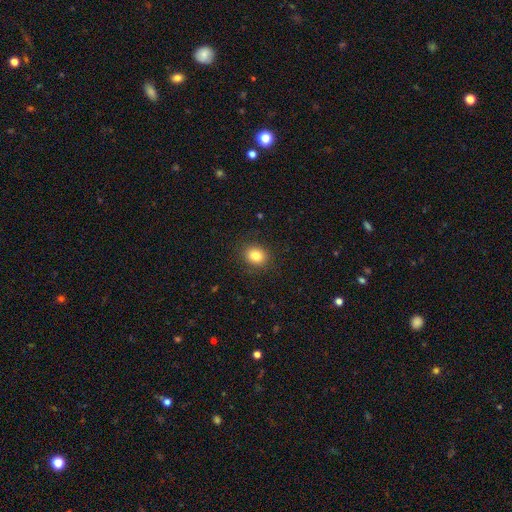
A smooth galaxy with no disk features (85%) that is round (59%). Merging: none (92%).